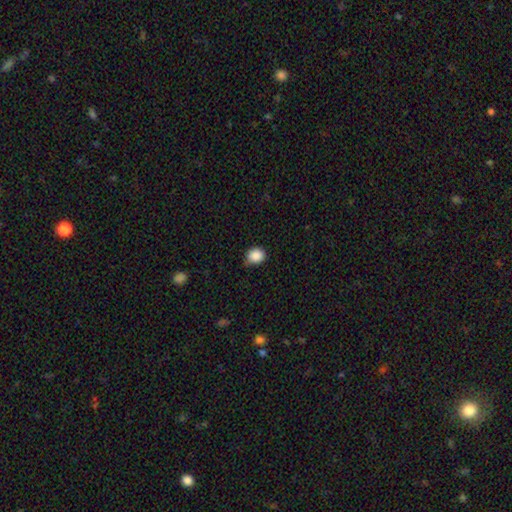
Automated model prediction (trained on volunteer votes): Morphology: type=smooth (88%); roundness=round (69%); merging=none (74%).